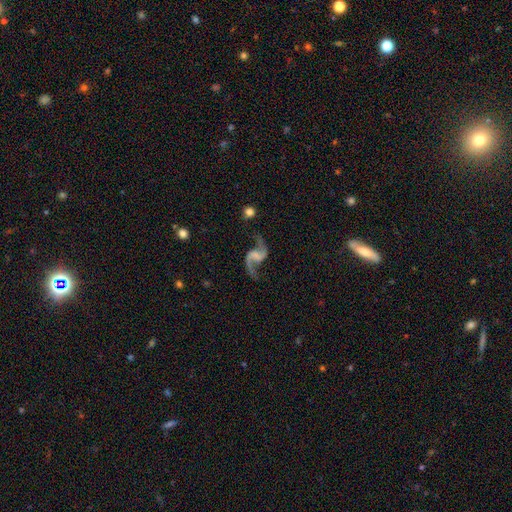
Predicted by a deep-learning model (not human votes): Smooth or featured? featured or disk (91%)
Edge-on disk? no (98%)
Bar? weak (43%)
Spiral arms? yes (97%)
Spiral winding? loose (81%)
Spiral arm count? 2 (94%)
Bulge size? none (61%)
Merging? none (74%)